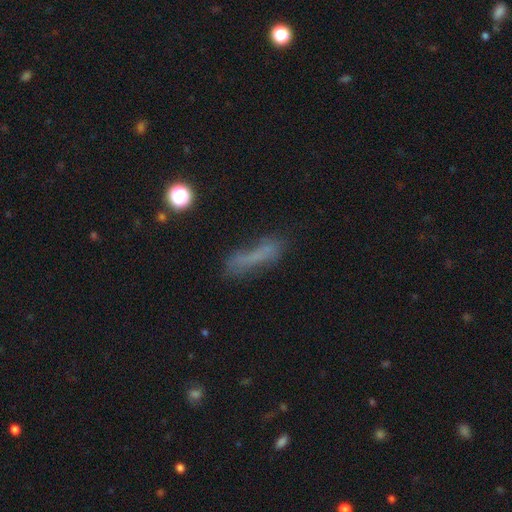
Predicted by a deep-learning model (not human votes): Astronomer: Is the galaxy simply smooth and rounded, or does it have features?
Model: smooth — 57%.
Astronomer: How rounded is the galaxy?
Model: cigar-shaped — 75%.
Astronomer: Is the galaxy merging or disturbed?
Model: none — 52%.